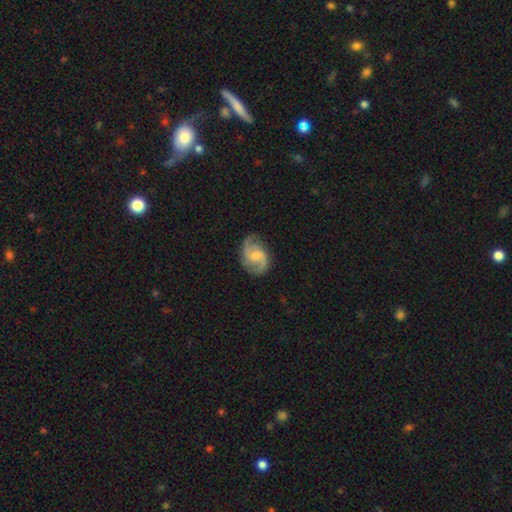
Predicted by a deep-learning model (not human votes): smooth_or_featured: featured or disk (p=0.79) [alt: smooth p=0.16]
disk_edge_on: no (p=0.98) [alt: yes p=0.02]
bar: weak (p=0.51) [alt: no p=0.41]
has_spiral_arms: yes (p=0.96) [alt: no p=0.04]
spiral_winding: medium (p=0.50) [alt: loose p=0.34]
spiral_arm_count: 2 (p=0.86) [alt: can't tell p=0.05]
bulge_size: small (p=0.44) [alt: moderate p=0.41]
merging: none (p=0.77) [alt: minor disturbance p=0.16]